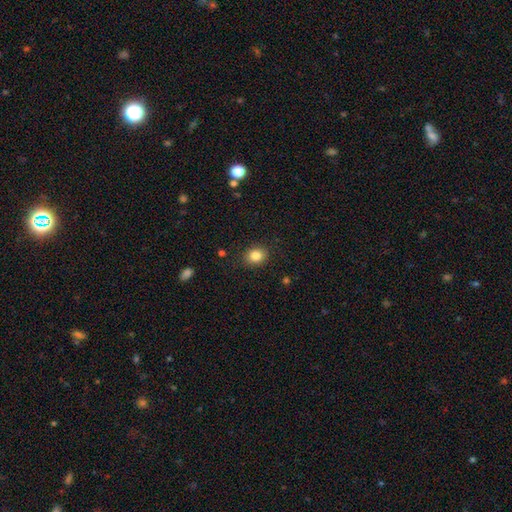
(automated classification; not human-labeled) Smooth or featured? Predicted: smooth (p=0.84). How rounded? Predicted: round (p=0.59). Merging? Predicted: none (p=0.88).